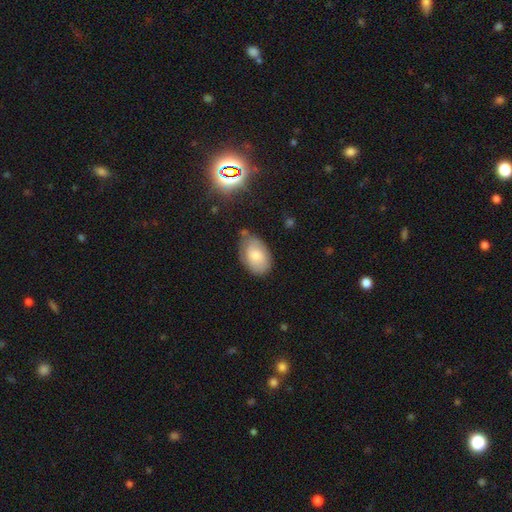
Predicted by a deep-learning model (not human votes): Overall: smooth (68%). How rounded: in between (90%). Merging: none (64%; minor disturbance 26%).